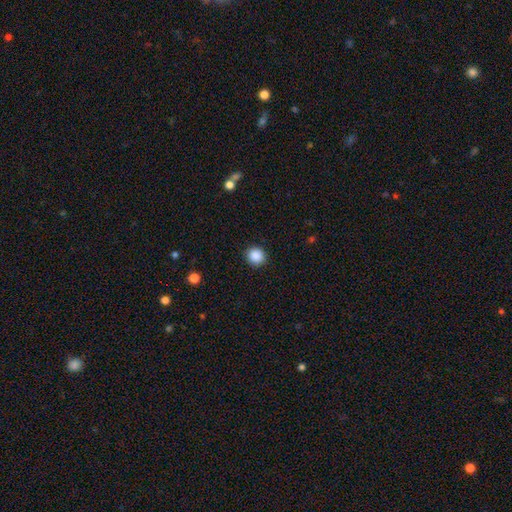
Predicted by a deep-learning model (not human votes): This appears to be a smooth galaxy with no disk features (88%) that is round (90%). Merging: none (92%).